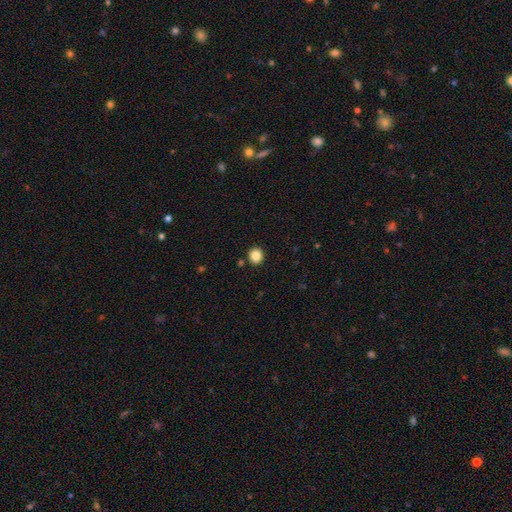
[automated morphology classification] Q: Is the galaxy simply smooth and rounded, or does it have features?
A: smooth — 85%.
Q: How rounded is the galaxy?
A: round — 86%.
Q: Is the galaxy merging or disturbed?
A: none — 90%.